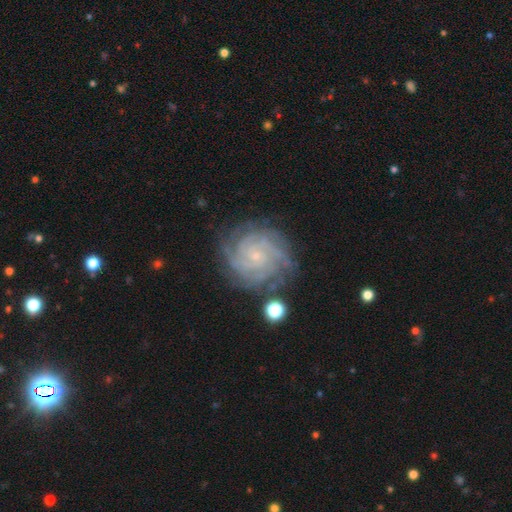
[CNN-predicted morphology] smooth-or-featured: featured or disk: 86% | star or artifact: 7% | smooth: 6%
  disk-edge-on: no: 98% | yes: 2%
    bar: no: 75% | weak: 20% | strong: 5%
    has-spiral-arms: yes: 98% | no: 2%
      spiral-winding: tight: 79% | medium: 18% | loose: 3%
      spiral-arm-count: 4: 31% | can't tell: 19% | more than 4: 18% | 3: 15% | 2: 9% | 1: 7%
    bulge-size: small: 84% | moderate: 10% | none: 4% | large: 1% | dominant: 1%
  merging: none: 80% | minor disturbance: 13% | major disturbance: 4% | merger: 3%